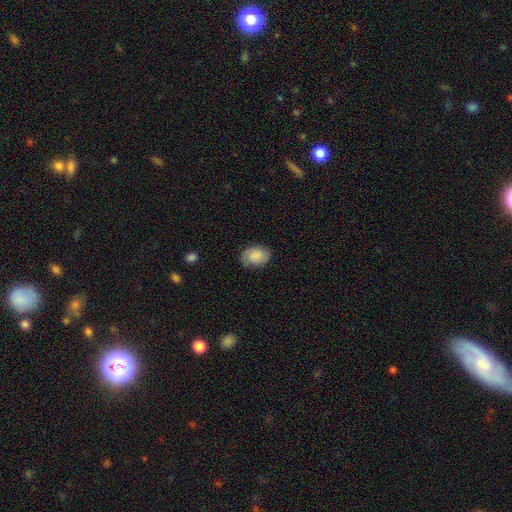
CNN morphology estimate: A smooth galaxy with no disk features (80%) that is in between round and cigar-shaped (77%).

Vote fractions:
- Smooth or featured? smooth: 80% / featured or disk: 13% / star or artifact: 7%
- How rounded? in between: 77% / round: 22% / cigar-shaped: 1%
- Merging? none: 80% / minor disturbance: 16% / major disturbance: 4% / merger: 1%